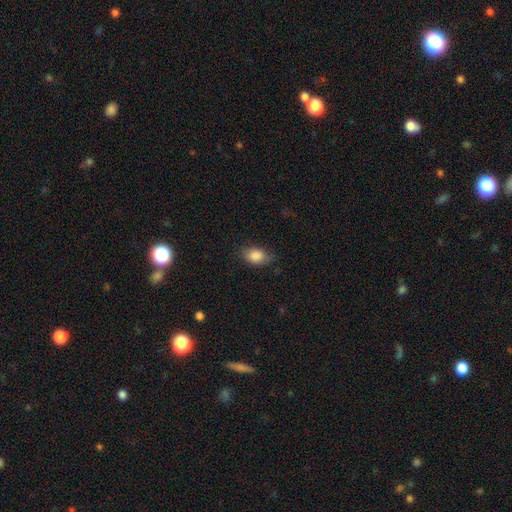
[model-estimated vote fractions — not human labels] The model was most divided on "merging": none: 67%, minor disturbance: 25%, major disturbance: 6%, merger: 1%. More confident: smooth or featured — smooth (86%); how rounded — in between (81%).